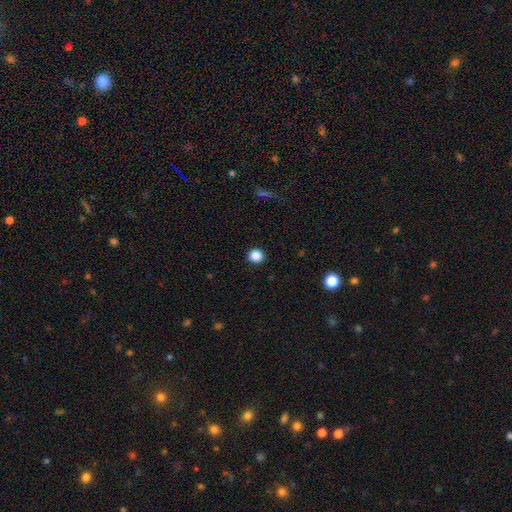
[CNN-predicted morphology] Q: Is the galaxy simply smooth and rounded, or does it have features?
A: smooth — 87%.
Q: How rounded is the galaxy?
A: round — 93%.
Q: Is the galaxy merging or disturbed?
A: none — 92%.